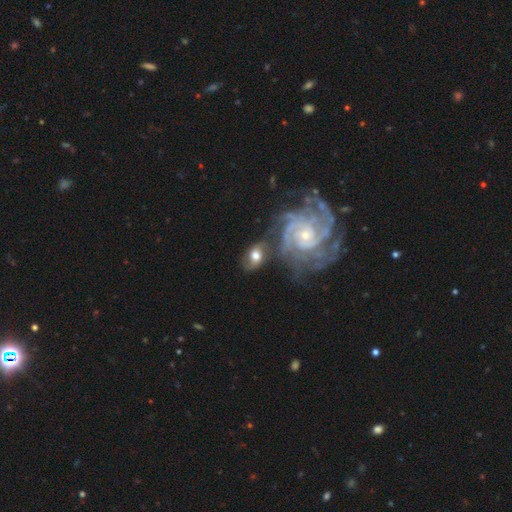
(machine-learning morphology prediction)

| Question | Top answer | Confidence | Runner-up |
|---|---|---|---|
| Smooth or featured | featured or disk | 58% | smooth (34%) |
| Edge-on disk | no | 95% | yes (5%) |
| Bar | no | 61% | weak (30%) |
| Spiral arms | yes | 86% | no (14%) |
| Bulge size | moderate | 53% | small (28%) |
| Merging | none | 50% | merger (20%) |